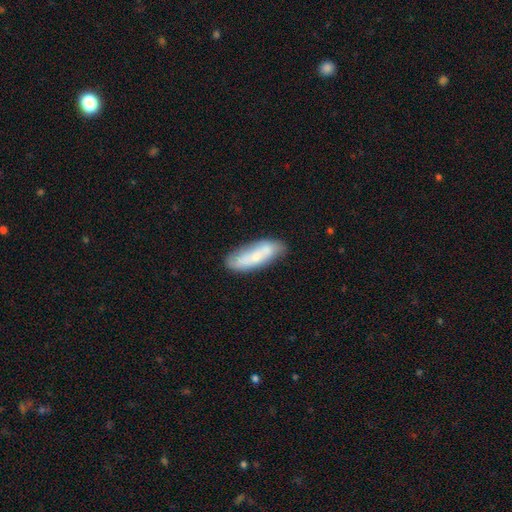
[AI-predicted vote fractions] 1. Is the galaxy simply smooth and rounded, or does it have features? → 56% smooth, 37% featured or disk, 7% star or artifact.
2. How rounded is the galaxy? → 60% in between, 38% cigar-shaped, 2% round.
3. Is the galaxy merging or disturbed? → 66% none, 21% minor disturbance, 7% merger, 5% major disturbance.